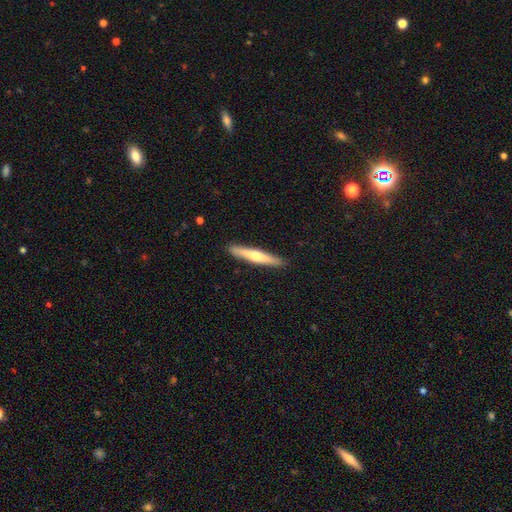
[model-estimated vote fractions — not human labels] smooth-or-featured: smooth: 50% | featured or disk: 44% | star or artifact: 5%
  how-rounded: cigar-shaped: 93% | in between: 5% | round: 1%
  merging: none: 90% | minor disturbance: 7% | major disturbance: 1% | merger: 1%